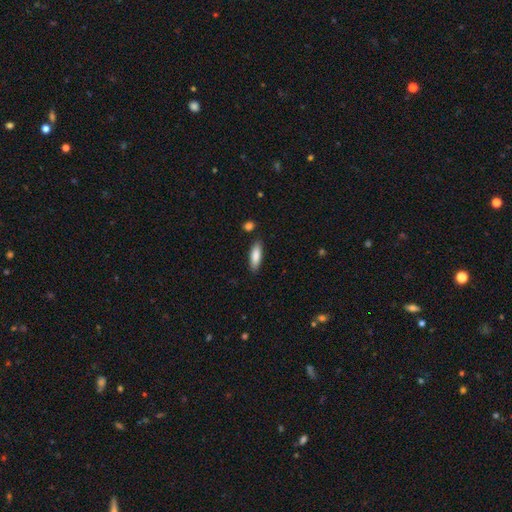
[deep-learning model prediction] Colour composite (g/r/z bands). It shows a smooth galaxy with no disk features (85%) that is in between round and cigar-shaped (51%). Merging: none (86%).